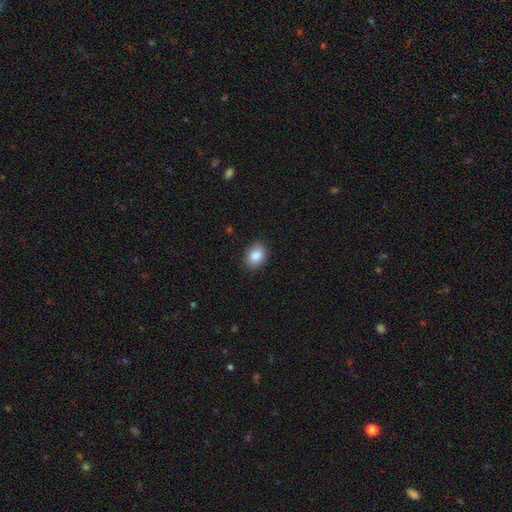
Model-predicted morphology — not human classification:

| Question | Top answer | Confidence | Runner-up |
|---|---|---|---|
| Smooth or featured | smooth | 88% | star or artifact (8%) |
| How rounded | in between | 65% | round (34%) |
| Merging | none | 86% | minor disturbance (10%) |